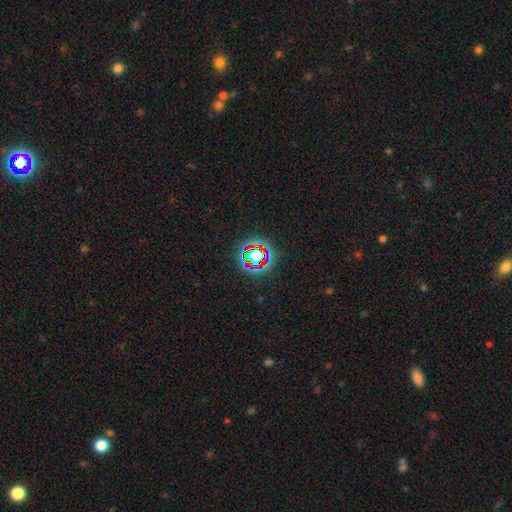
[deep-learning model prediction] Overall: star or artifact (65%).